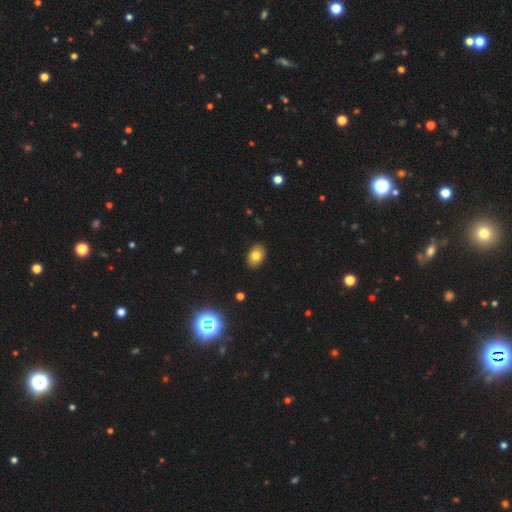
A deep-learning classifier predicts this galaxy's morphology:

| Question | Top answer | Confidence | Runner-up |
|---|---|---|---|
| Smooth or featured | smooth | 79% | star or artifact (11%) |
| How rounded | in between | 78% | round (21%) |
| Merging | none | 90% | minor disturbance (7%) |